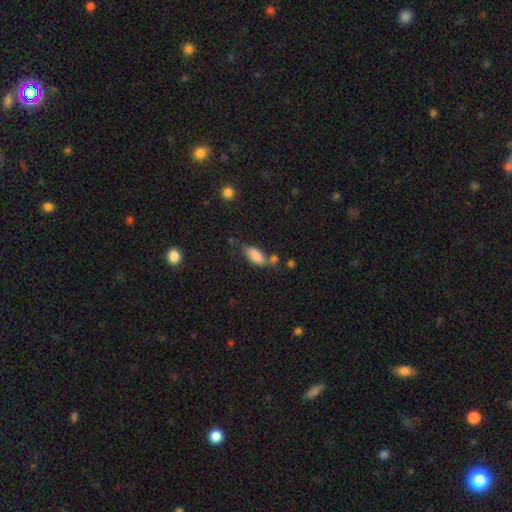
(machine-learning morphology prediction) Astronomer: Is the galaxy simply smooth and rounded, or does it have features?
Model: smooth — 85%.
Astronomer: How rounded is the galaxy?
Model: in between — 88%.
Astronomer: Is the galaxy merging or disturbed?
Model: none — 50%.